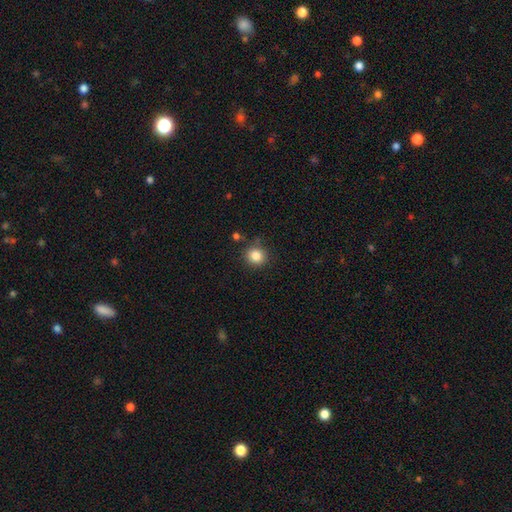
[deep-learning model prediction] Smooth or featured? Predicted: smooth (p=0.85). How rounded? Predicted: round (p=0.88). Merging? Predicted: none (p=0.83).